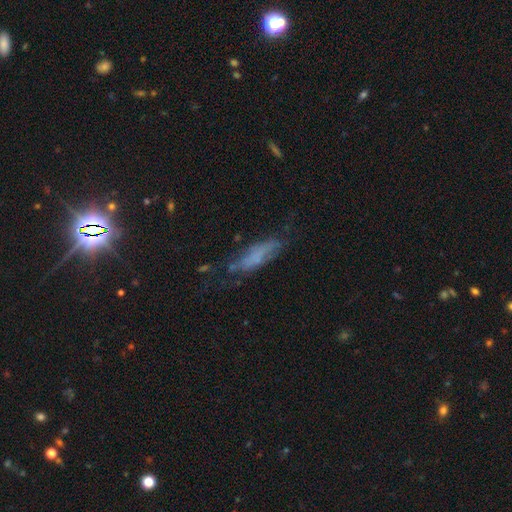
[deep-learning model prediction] Q: Smooth or featured?
A: smooth (50%); runner-up: featured or disk (36%)
Q: How rounded?
A: cigar-shaped (62%); runner-up: in between (36%)
Q: Merging?
A: none (49%); runner-up: minor disturbance (28%)